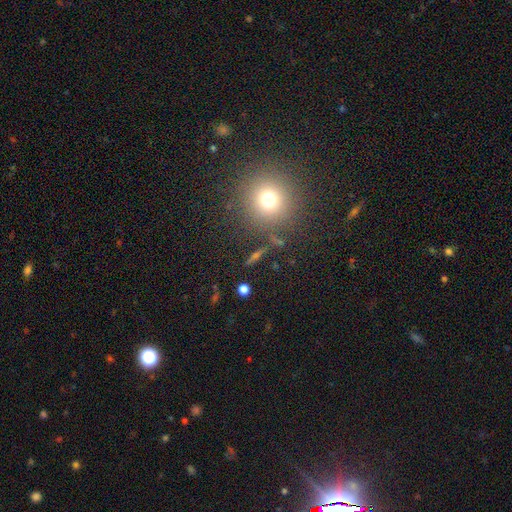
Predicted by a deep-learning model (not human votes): Smooth or featured? Predicted: smooth (p=0.47). Merging? Predicted: none (p=0.87).